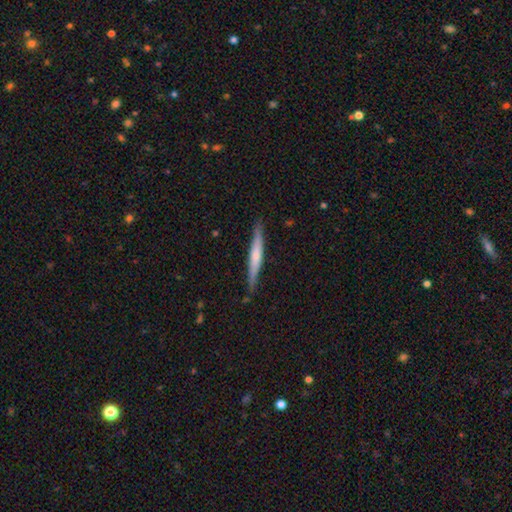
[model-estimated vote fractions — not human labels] The model was most divided on "smooth or featured": featured or disk: 51%, smooth: 43%, star or artifact: 6%. More confident: edge-on disk — yes (96%); merging — none (86%).